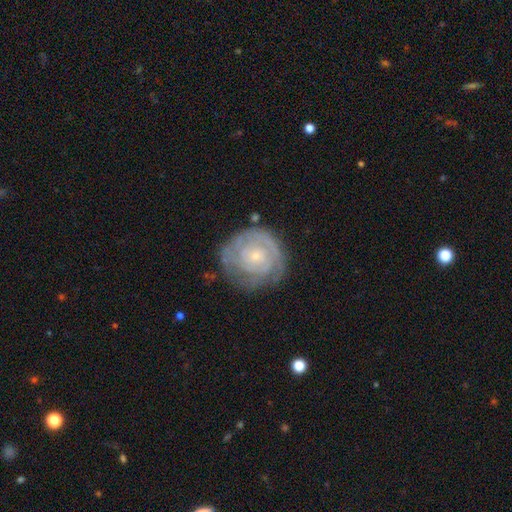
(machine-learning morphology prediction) Smooth or featured? Predicted: featured or disk (p=0.76). Edge-on disk? Predicted: no (p=0.98). Bar? Predicted: no (p=0.81). Spiral arms? Predicted: yes (p=0.87). Spiral winding? Predicted: tight (p=0.79). Spiral arm count? Predicted: can't tell (p=0.44). Bulge size? Predicted: small (p=0.78). Merging? Predicted: none (p=0.71).